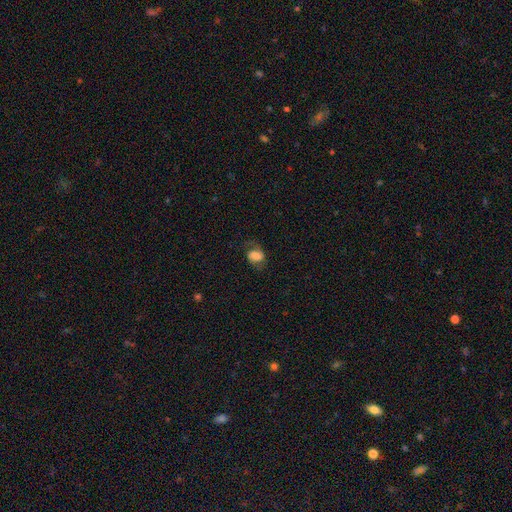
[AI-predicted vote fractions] Q: Smooth or featured?
A: smooth (54%); runner-up: featured or disk (36%)
Q: How rounded?
A: in between (67%); runner-up: round (32%)
Q: Merging?
A: none (65%); runner-up: minor disturbance (20%)